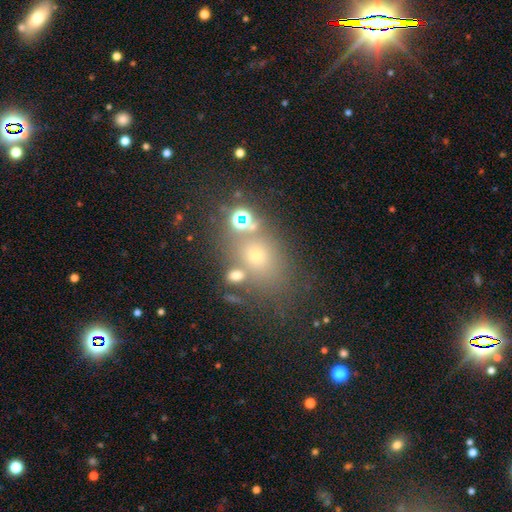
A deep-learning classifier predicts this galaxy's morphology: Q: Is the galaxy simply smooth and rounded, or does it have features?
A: smooth — 57%.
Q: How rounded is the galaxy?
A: in between — 52%.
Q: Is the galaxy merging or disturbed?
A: none — 62%.